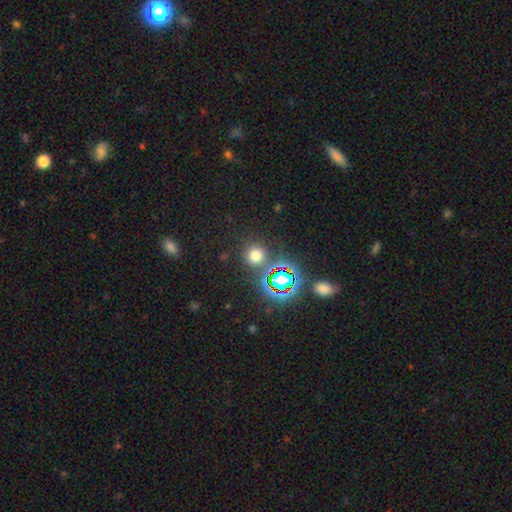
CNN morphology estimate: Smooth or featured?
  - smooth: 62% *
  - star or artifact: 31%
  - featured or disk: 7%
How rounded?
  - round: 91% *
  - in between: 8%
  - cigar-shaped: 1%
Merging?
  - none: 82% *
  - minor disturbance: 8%
  - merger: 6%
  - major disturbance: 4%